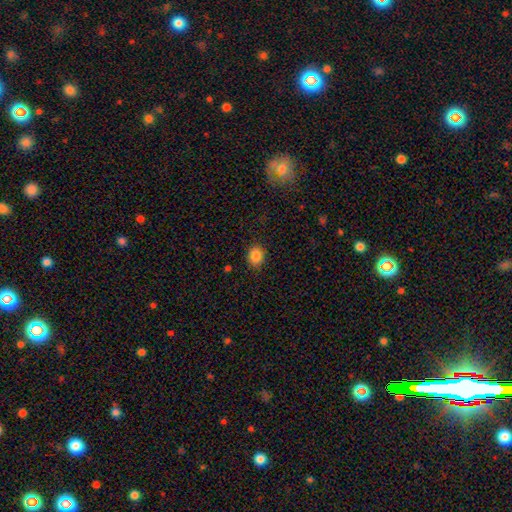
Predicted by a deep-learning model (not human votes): Smooth or featured?
  - smooth: 86% *
  - star or artifact: 10%
  - featured or disk: 5%
How rounded?
  - round: 54% *
  - in between: 45%
  - cigar-shaped: 1%
Merging?
  - none: 87% *
  - minor disturbance: 10%
  - major disturbance: 3%
  - merger: 1%